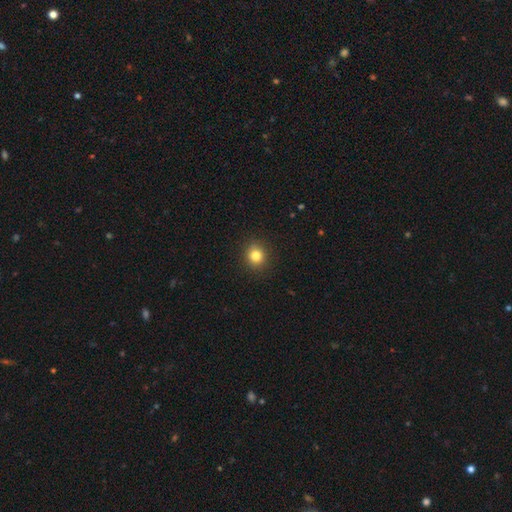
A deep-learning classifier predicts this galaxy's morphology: Smooth or featured?
  - smooth: 82% *
  - star or artifact: 12%
  - featured or disk: 6%
How rounded?
  - round: 85% *
  - in between: 14%
  - cigar-shaped: 1%
Merging?
  - none: 90% *
  - minor disturbance: 7%
  - major disturbance: 2%
  - merger: 1%